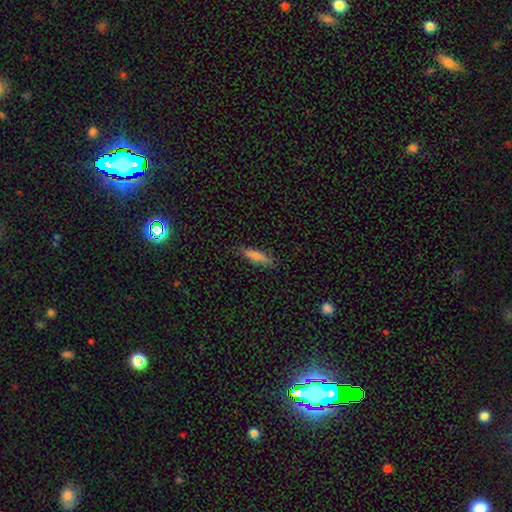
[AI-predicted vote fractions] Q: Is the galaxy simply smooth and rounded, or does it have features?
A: smooth — 77%.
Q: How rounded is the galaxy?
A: cigar-shaped — 76%.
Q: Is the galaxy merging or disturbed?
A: none — 85%.